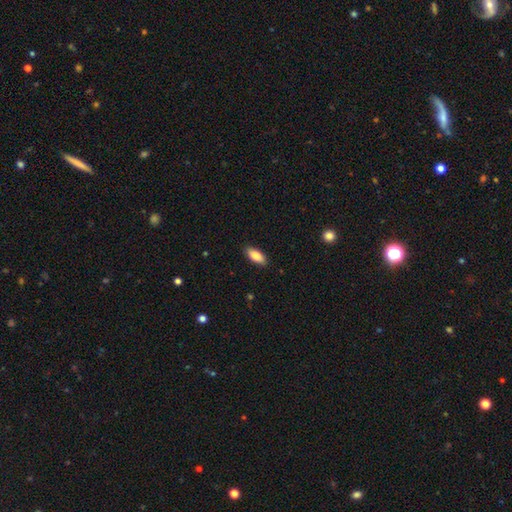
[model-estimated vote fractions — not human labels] smooth 83%, featured or disk 10%, star or artifact 6%. Down the decision tree: how rounded — in between (83%); merging — none (88%).